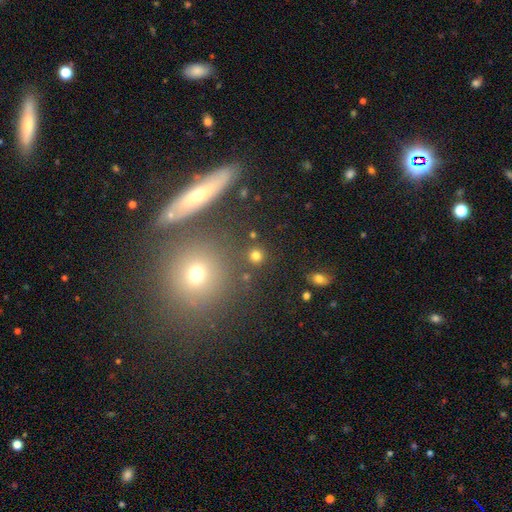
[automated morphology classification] Smooth or featured?
  - smooth: 76% *
  - star or artifact: 18%
  - featured or disk: 6%
How rounded?
  - round: 91% *
  - in between: 8%
  - cigar-shaped: 1%
Merging?
  - none: 86% *
  - minor disturbance: 6%
  - merger: 5%
  - major disturbance: 3%